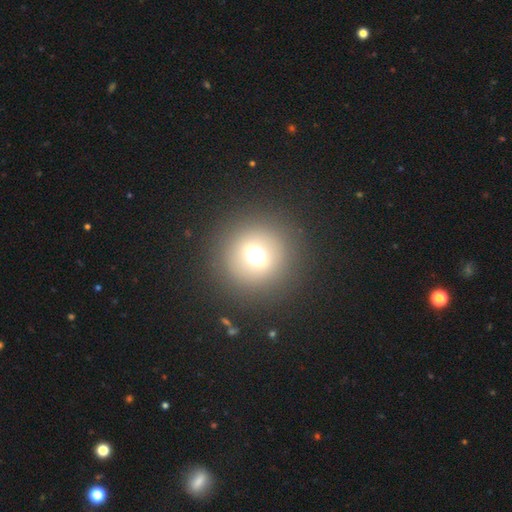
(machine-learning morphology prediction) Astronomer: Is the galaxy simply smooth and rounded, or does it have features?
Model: smooth — 59%.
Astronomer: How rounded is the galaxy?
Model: round — 90%.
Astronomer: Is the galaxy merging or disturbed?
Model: none — 86%.